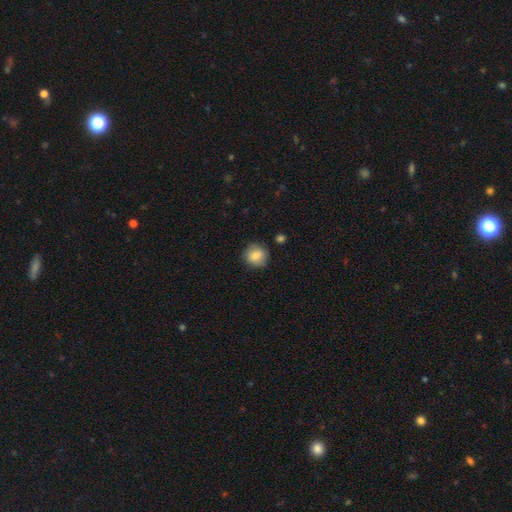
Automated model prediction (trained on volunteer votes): A smooth galaxy with no disk features (84%) that is round (88%). Merging: none (86%).